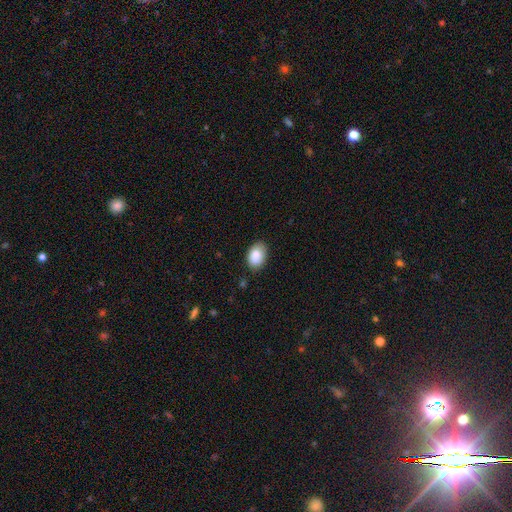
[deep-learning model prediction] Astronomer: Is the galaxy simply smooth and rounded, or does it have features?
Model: smooth — 86%.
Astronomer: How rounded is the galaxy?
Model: in between — 87%.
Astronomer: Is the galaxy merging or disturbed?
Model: none — 82%.